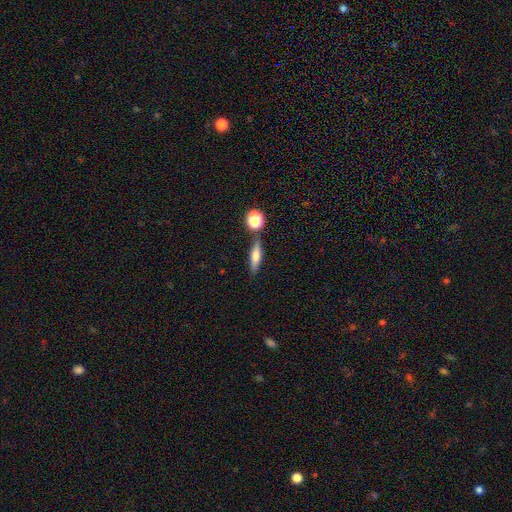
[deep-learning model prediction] Smooth or featured?
  - smooth: 57% *
  - featured or disk: 33%
  - star or artifact: 10%
How rounded?
  - cigar-shaped: 64% *
  - in between: 30%
  - round: 6%
Merging?
  - none: 75% *
  - merger: 11%
  - minor disturbance: 11%
  - major disturbance: 3%